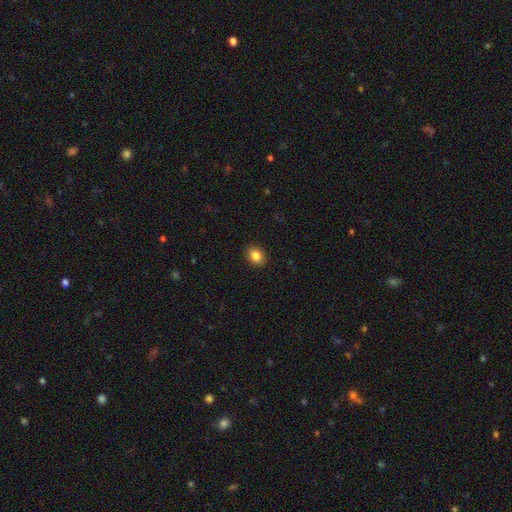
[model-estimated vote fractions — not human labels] The model was most divided on "how rounded": in between: 51%, round: 48%, cigar-shaped: 1%. More confident: merging — none (91%); smooth or featured — smooth (86%).